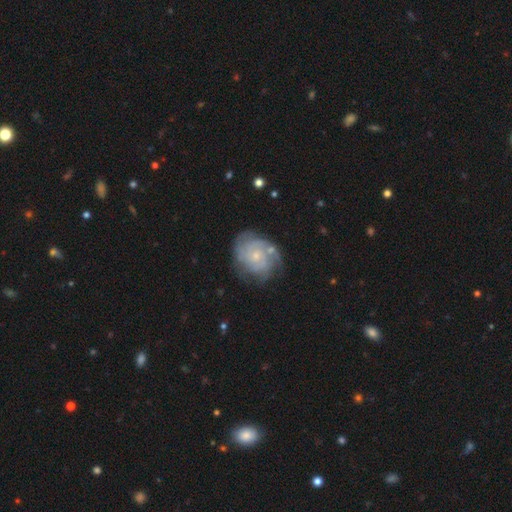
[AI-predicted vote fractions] Morphology: type=featured or disk (77%); edge-on=no (98%); bar=no (77%); spiral arms=yes (91%); winding=tight (63%); arm count=can't tell (39%); bulge=small (72%); merging=none (68%).